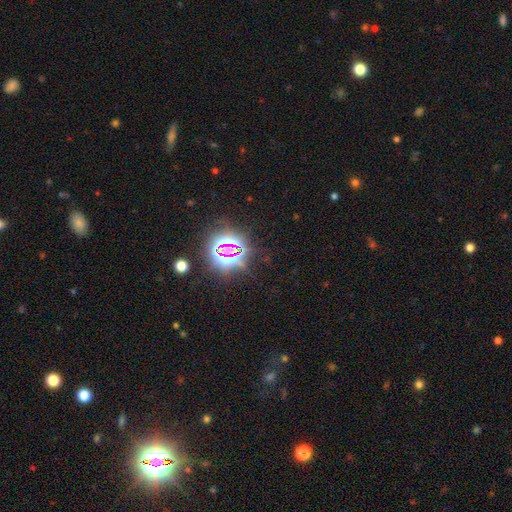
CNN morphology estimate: The model was most divided on "smooth or featured": star or artifact: 80%, smooth: 12%, featured or disk: 7%.